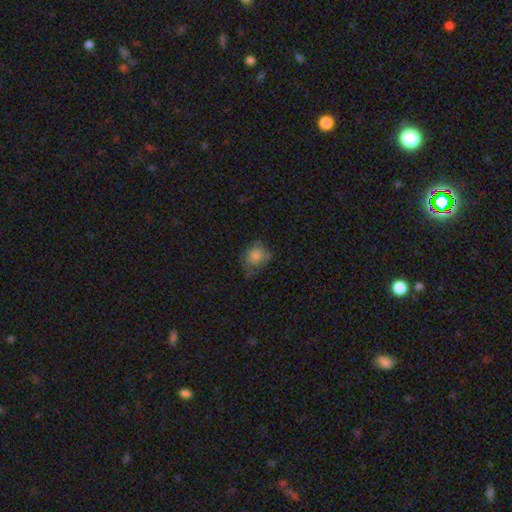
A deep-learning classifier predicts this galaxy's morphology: A smooth galaxy with no disk features (76%) that is round (57%). Merging: none (52%).